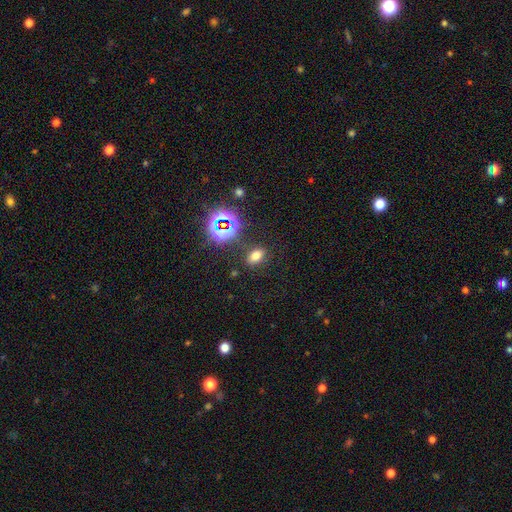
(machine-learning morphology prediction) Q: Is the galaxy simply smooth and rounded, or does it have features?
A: smooth — 65%.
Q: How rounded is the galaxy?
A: in between — 81%.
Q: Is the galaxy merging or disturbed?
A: none — 83%.